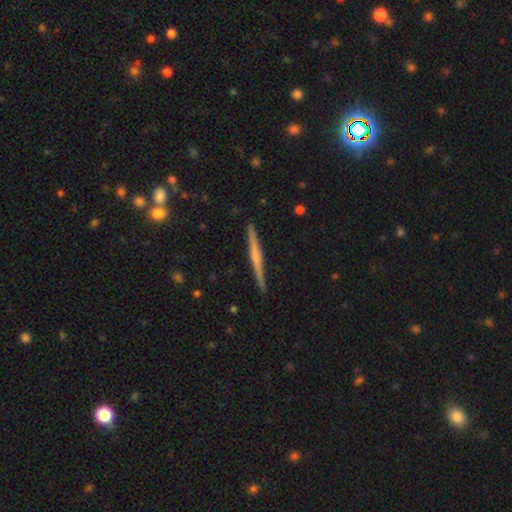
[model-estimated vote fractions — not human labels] Smooth or featured: featured or disk — 61% (smooth — 33%)
Edge-on disk: yes — 98% (no — 2%)
Edge-on bulge: none — 45% (rounded — 40%)
Merging: none — 91% (minor disturbance — 6%)